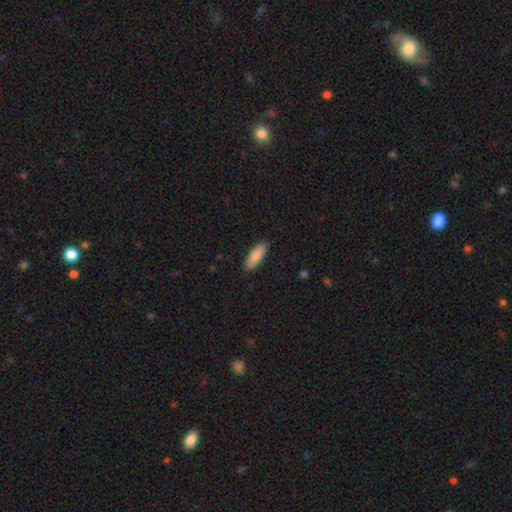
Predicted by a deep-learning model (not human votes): The model was most divided on "how rounded": in between: 59%, cigar-shaped: 40%, round: 2%. More confident: smooth or featured — smooth (88%); merging — none (87%).